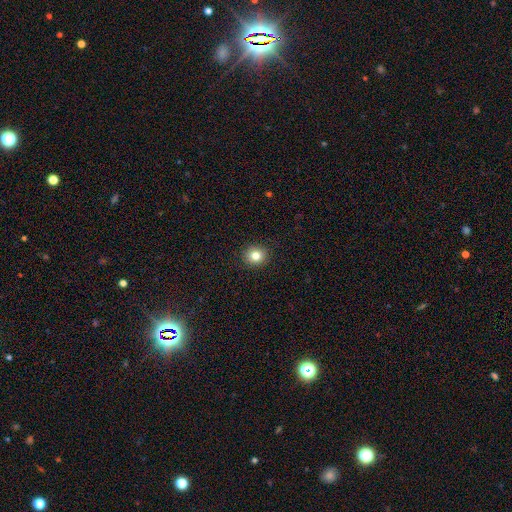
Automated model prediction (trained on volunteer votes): Morphology: type=smooth (81%); roundness=round (88%); merging=none (92%).